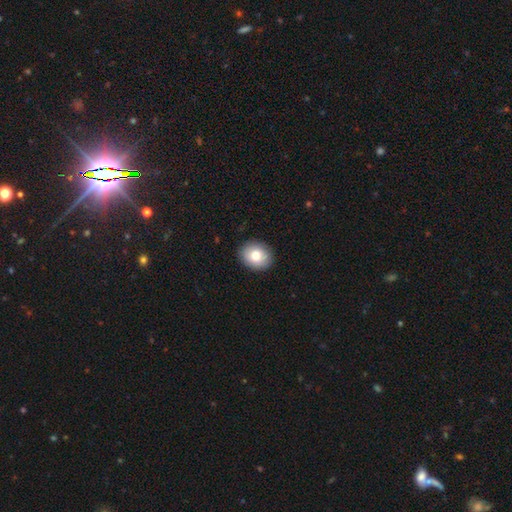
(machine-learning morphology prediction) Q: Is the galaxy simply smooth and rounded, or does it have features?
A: smooth — 83%.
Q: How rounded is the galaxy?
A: round — 50%.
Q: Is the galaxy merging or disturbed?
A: none — 90%.